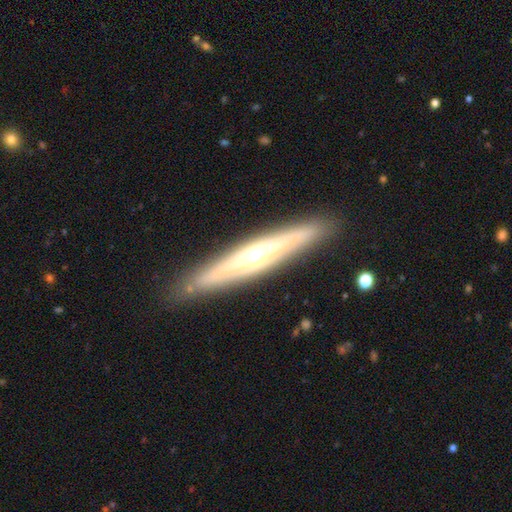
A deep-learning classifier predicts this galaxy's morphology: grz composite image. It shows a featured or disk galaxy (68%) viewed edge-on (90%) with a rounded central bulge (83%). Merging: none (88%).